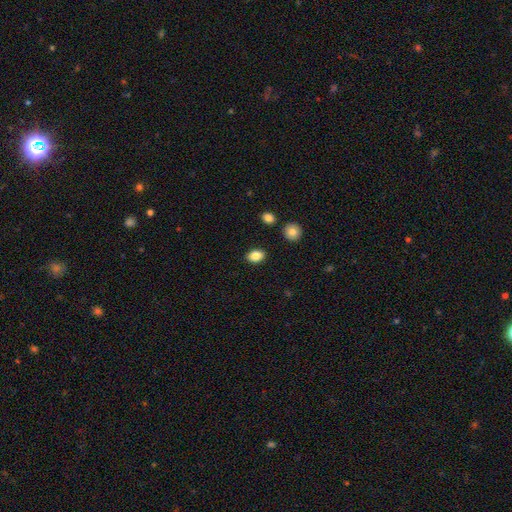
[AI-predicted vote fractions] A smooth galaxy with no disk features (86%) that is in between round and cigar-shaped (75%).

Vote fractions:
- Smooth or featured? smooth: 86% / star or artifact: 8% / featured or disk: 6%
- How rounded? in between: 75% / round: 24% / cigar-shaped: 1%
- Merging? none: 88% / minor disturbance: 8% / merger: 2% / major disturbance: 2%